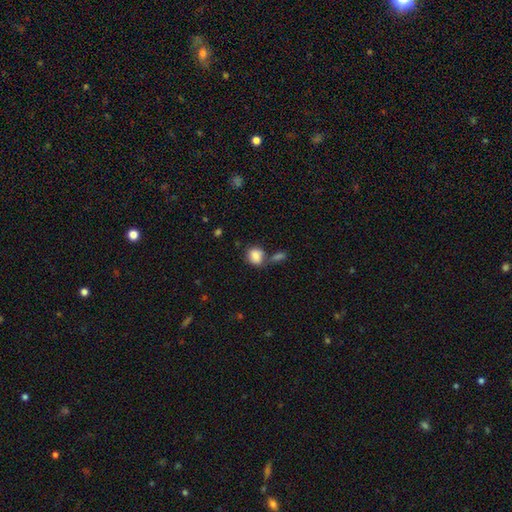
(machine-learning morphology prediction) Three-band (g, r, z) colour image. It shows a smooth galaxy with no disk features (84%) that is round (54%). Merging: none (51%).